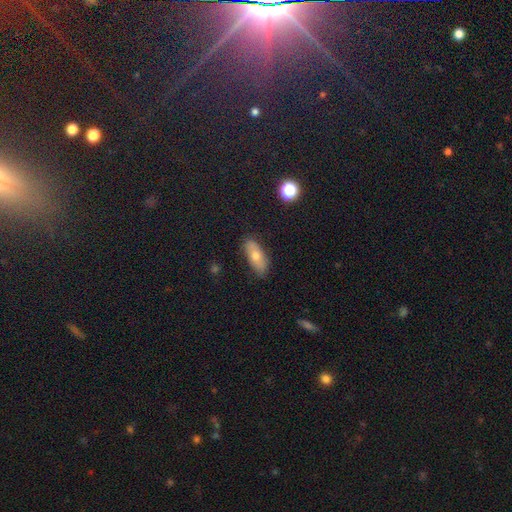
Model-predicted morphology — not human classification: Smooth or featured: smooth — 64% (featured or disk — 27%)
How rounded: in between — 74% (cigar-shaped — 21%)
Merging: none — 82% (minor disturbance — 13%)